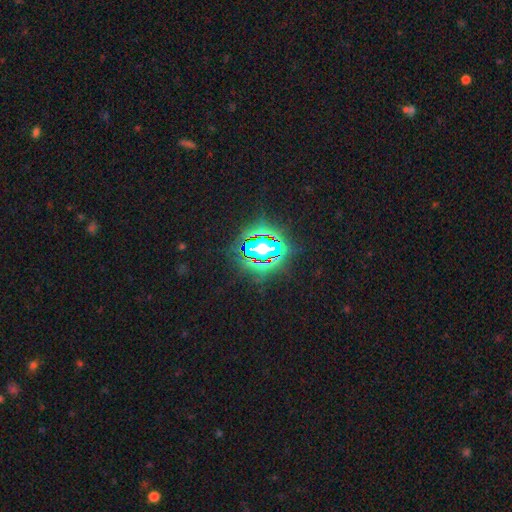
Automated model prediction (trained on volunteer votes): Q: Smooth or featured?
A: star or artifact (81%); runner-up: smooth (11%)